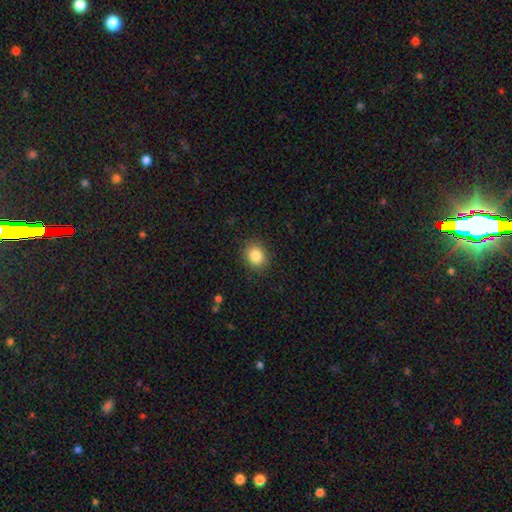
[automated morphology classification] Overall: smooth (85%). How rounded: round (67%; in between 32%). Merging: none (89%).